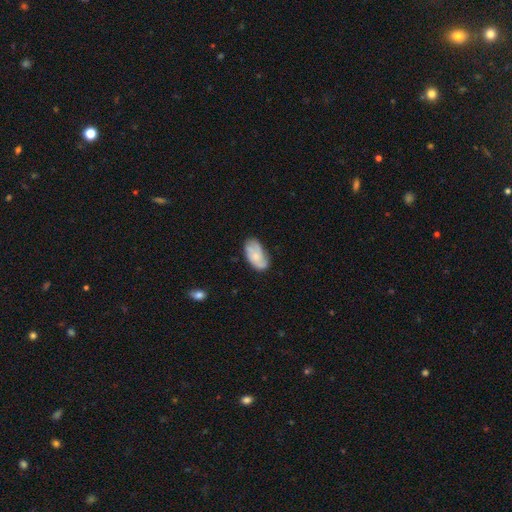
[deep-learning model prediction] The model was most divided on "smooth or featured": smooth: 50%, featured or disk: 43%, star or artifact: 7%. More confident: how rounded — in between (93%); merging — none (66%).